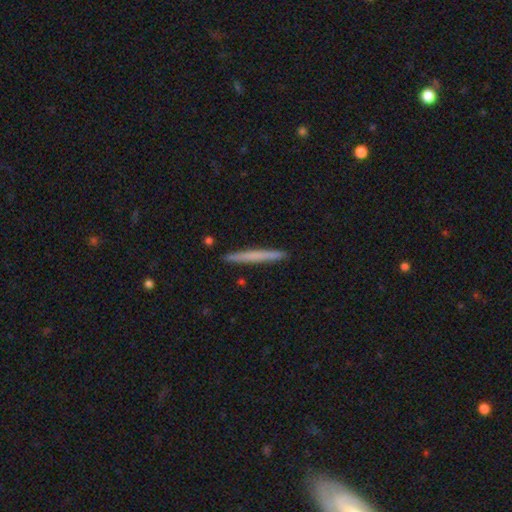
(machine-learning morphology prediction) This appears to be a smooth galaxy with no disk features (61%) that is cigar-shaped (97%). Merging: none (92%).